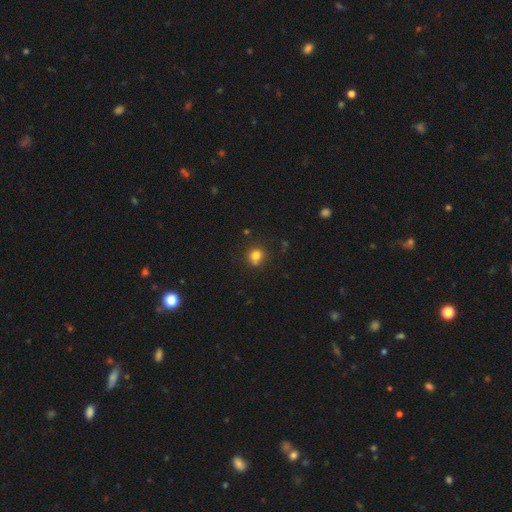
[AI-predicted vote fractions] Smooth or featured? smooth (77%)
How rounded? round (83%)
Merging? none (65%)